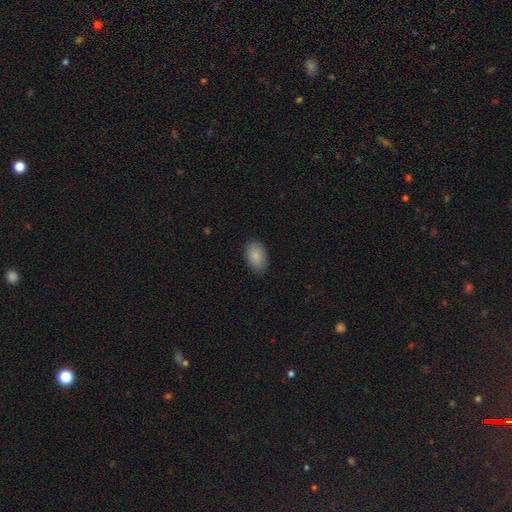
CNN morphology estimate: smooth_or_featured: smooth (p=0.88) [alt: star or artifact p=0.07]
how_rounded: in between (p=0.90) [alt: round p=0.08]
merging: none (p=0.86) [alt: minor disturbance p=0.11]